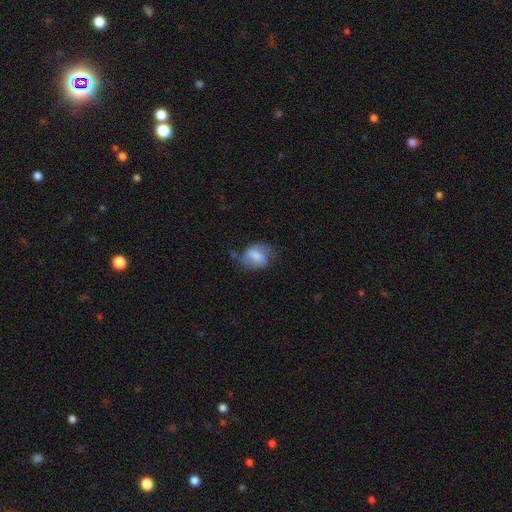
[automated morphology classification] smooth_or_featured: smooth (p=0.57) [alt: featured or disk p=0.35]
how_rounded: in between (p=0.69) [alt: round p=0.29]
merging: none (p=0.47) [alt: minor disturbance p=0.33]